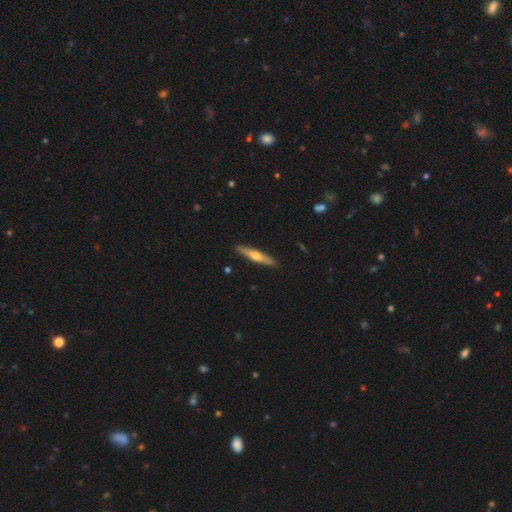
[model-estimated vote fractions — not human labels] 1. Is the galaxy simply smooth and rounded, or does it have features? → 53% featured or disk, 41% smooth, 5% star or artifact.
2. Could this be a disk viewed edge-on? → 95% yes, 5% no.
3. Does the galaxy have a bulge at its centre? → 85% rounded, 11% none, 4% boxy.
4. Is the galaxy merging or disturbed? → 90% none, 7% minor disturbance, 1% major disturbance, 1% merger.